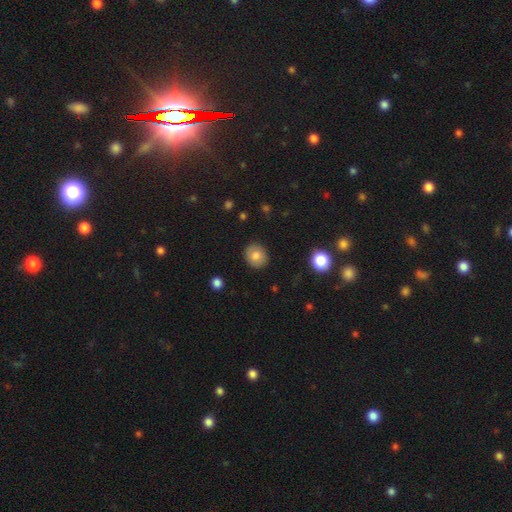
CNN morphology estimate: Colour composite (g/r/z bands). It shows a smooth galaxy with no disk features (78%) that is round (73%). Merging: none (88%).